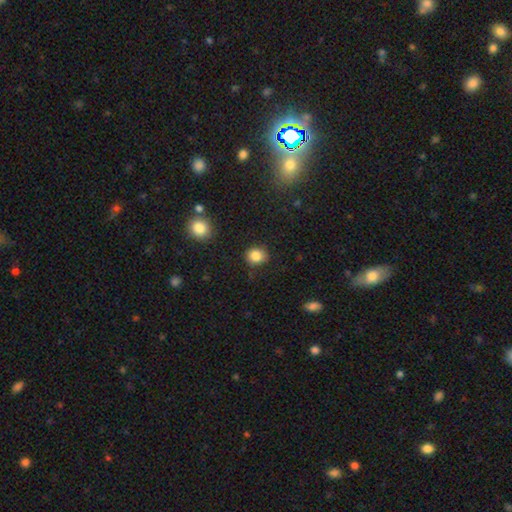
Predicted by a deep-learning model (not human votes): Smooth or featured: smooth — 85% (star or artifact — 10%)
How rounded: round — 79% (in between — 20%)
Merging: none — 84% (minor disturbance — 11%)